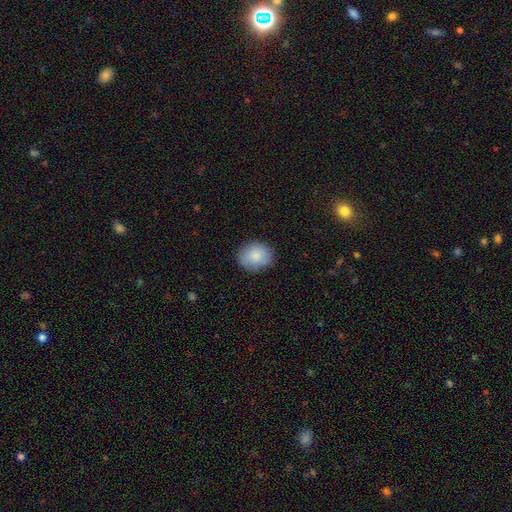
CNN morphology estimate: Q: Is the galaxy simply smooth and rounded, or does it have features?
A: smooth — 84%.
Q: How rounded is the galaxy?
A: round — 57%.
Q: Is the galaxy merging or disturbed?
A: none — 82%.